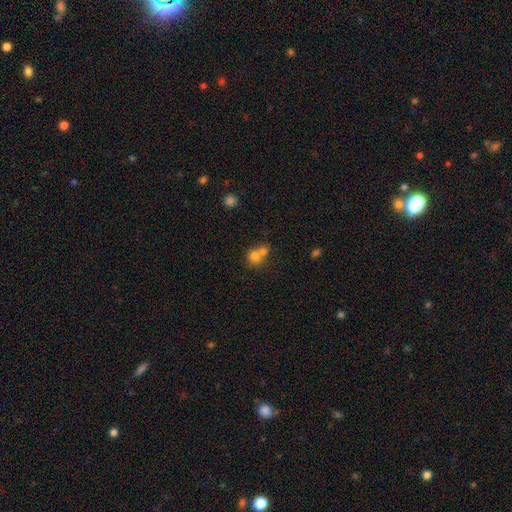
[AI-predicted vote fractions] A smooth galaxy with no disk features (75%) that is round (83%). Merging: merger (55%).